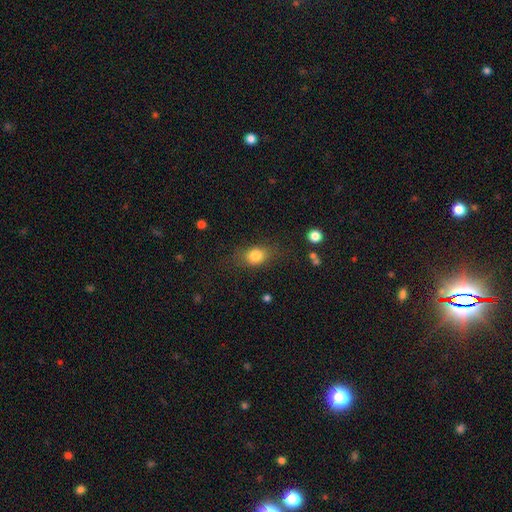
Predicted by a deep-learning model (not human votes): Smooth or featured?
  - smooth: 81% *
  - star or artifact: 10%
  - featured or disk: 9%
How rounded?
  - in between: 59% *
  - round: 39%
  - cigar-shaped: 2%
Merging?
  - none: 71% *
  - minor disturbance: 18%
  - major disturbance: 9%
  - merger: 2%